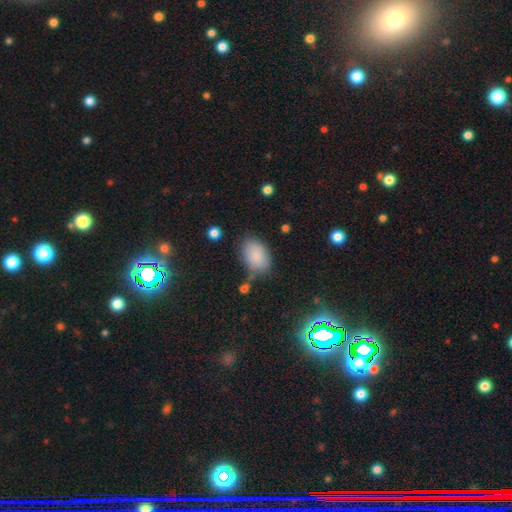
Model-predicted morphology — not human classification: Smooth or featured? Predicted: smooth (p=0.85). How rounded? Predicted: in between (p=0.89). Merging? Predicted: none (p=0.63).